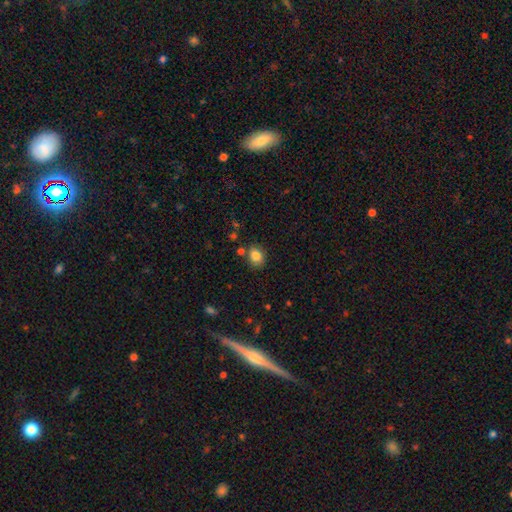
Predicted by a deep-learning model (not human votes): This is clearly a smooth galaxy (83%). How rounded: possibly in between (55%). Merging: likely none (78%).